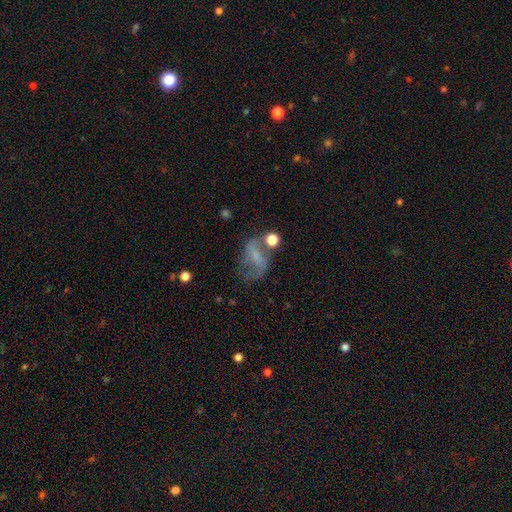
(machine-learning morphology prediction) smooth_or_featured: featured or disk (p=0.53) [alt: smooth p=0.33]
disk_edge_on: no (p=0.96) [alt: yes p=0.04]
bar: no (p=0.41) [alt: weak p=0.39]
has_spiral_arms: yes (p=0.59) [alt: no p=0.41]
bulge_size: none (p=0.45) [alt: small p=0.35]
merging: none (p=0.35) [alt: major disturbance p=0.31]